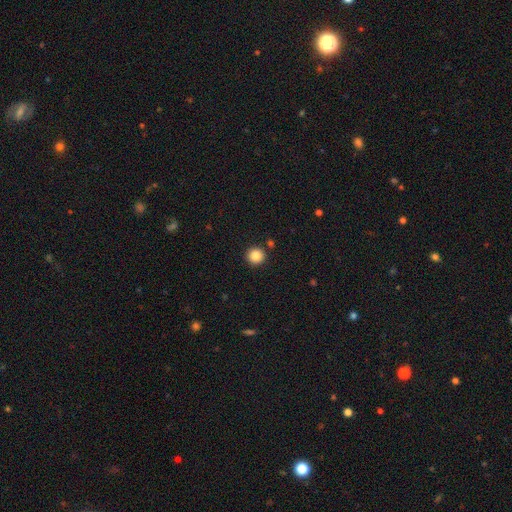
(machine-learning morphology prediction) This is clearly a smooth galaxy (86%). How rounded: clearly round (95%). Merging: clearly none (90%).